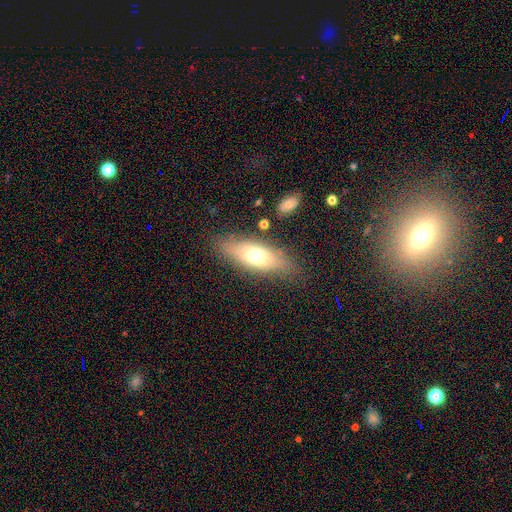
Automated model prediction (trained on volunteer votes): Smooth or featured? Predicted: smooth (p=0.62). How rounded? Predicted: in between (p=0.62). Merging? Predicted: none (p=0.79).